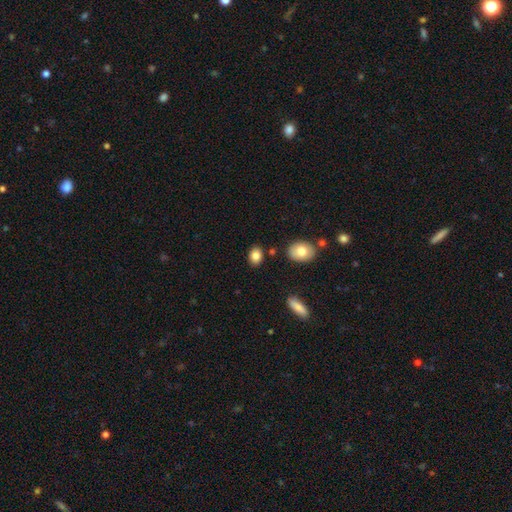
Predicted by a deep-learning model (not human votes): smooth-or-featured: smooth: 84% | star or artifact: 9% | featured or disk: 8%
  how-rounded: in between: 69% | round: 29% | cigar-shaped: 1%
  merging: none: 83% | minor disturbance: 10% | merger: 4% | major disturbance: 3%